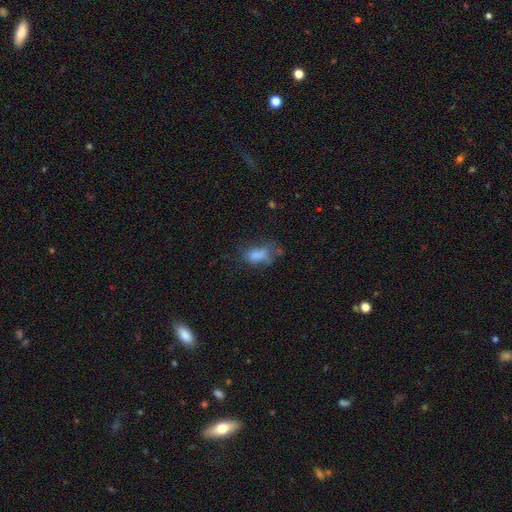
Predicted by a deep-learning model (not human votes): smooth-or-featured: smooth: 66% | featured or disk: 19% | star or artifact: 15%
  how-rounded: in between: 84% | round: 9% | cigar-shaped: 6%
  merging: none: 40% | major disturbance: 27% | minor disturbance: 26% | merger: 7%